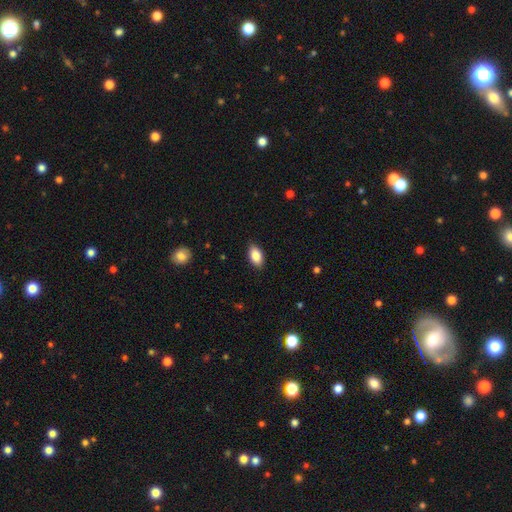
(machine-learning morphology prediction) This is clearly a smooth galaxy (87%). How rounded: clearly in between (93%). Merging: clearly none (88%).